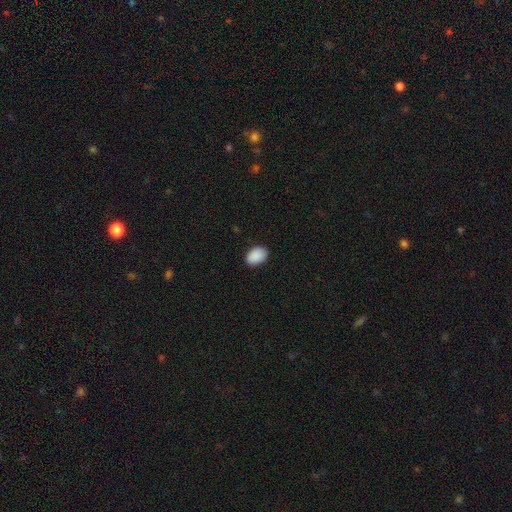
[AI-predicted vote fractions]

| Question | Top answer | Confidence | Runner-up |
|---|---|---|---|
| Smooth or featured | smooth | 91% | star or artifact (7%) |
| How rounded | in between | 85% | round (14%) |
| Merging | none | 88% | minor disturbance (9%) |